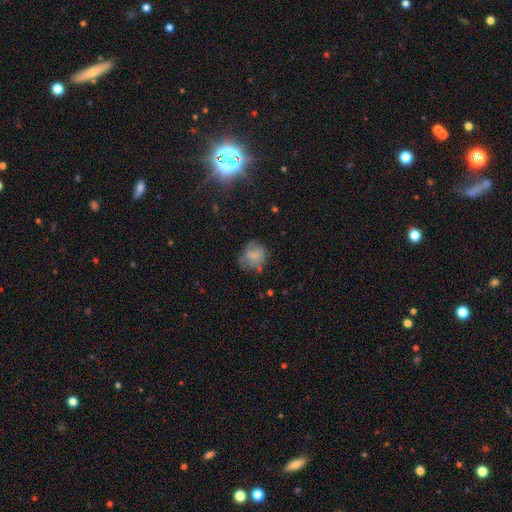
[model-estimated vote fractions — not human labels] This appears to be a smooth galaxy with no disk features (70%) that is round (70%). Merging: none (54%).